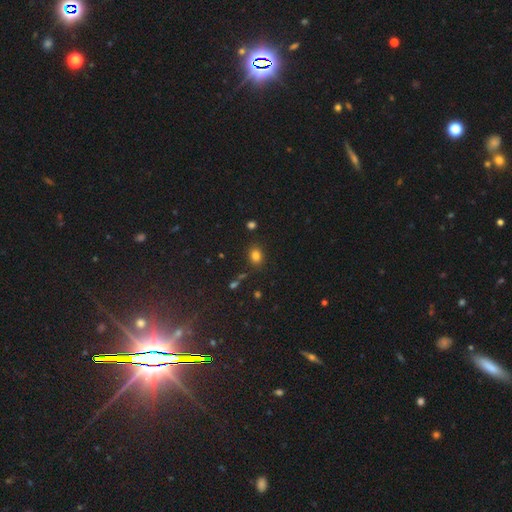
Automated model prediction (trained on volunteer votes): Smooth or featured? Predicted: smooth (p=0.79). How rounded? Predicted: round (p=0.50). Merging? Predicted: none (p=0.84).